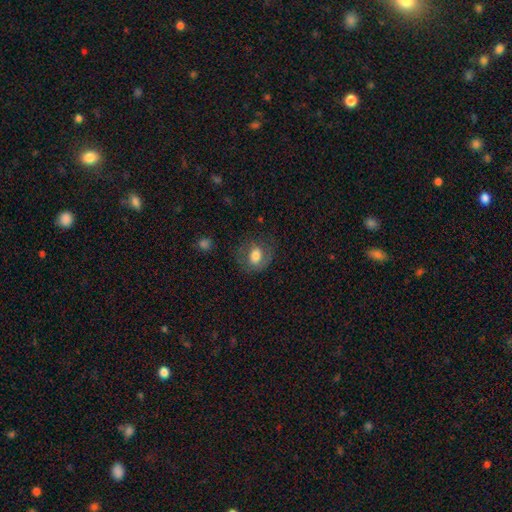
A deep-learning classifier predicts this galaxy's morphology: smooth_or_featured: smooth (p=0.62) [alt: featured or disk p=0.30]
how_rounded: round (p=0.50) [alt: in between p=0.49]
merging: none (p=0.65) [alt: minor disturbance p=0.20]